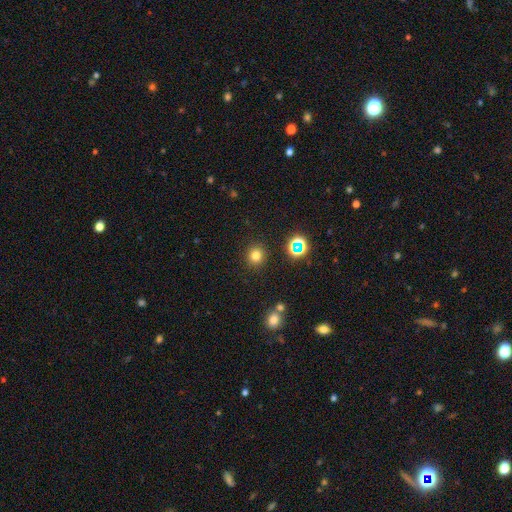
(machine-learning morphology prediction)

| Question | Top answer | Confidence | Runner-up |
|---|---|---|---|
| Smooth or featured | smooth | 77% | star or artifact (17%) |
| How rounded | round | 89% | in between (10%) |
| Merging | none | 89% | minor disturbance (6%) |